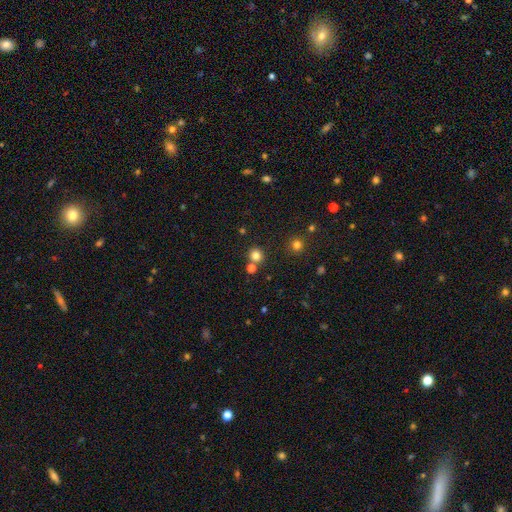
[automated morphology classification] Smooth or featured?
  - smooth: 79% *
  - star or artifact: 16%
  - featured or disk: 5%
How rounded?
  - round: 92% *
  - in between: 7%
  - cigar-shaped: 1%
Merging?
  - none: 77% *
  - merger: 14%
  - minor disturbance: 7%
  - major disturbance: 2%